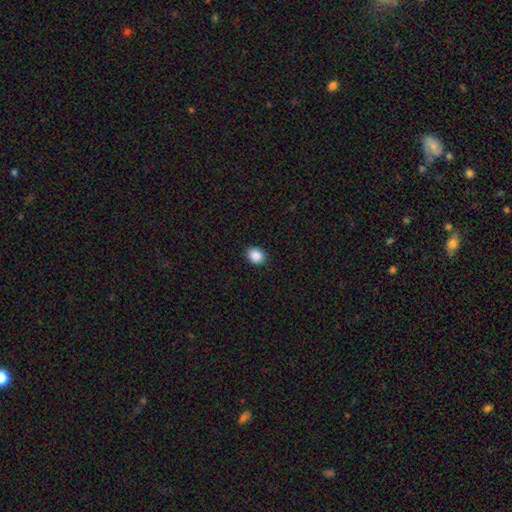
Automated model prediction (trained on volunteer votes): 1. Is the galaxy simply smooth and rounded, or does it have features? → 88% smooth, 8% star or artifact, 3% featured or disk.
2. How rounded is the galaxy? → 52% round, 47% in between, 1% cigar-shaped.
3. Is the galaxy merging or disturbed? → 91% none, 7% minor disturbance, 2% major disturbance, 1% merger.